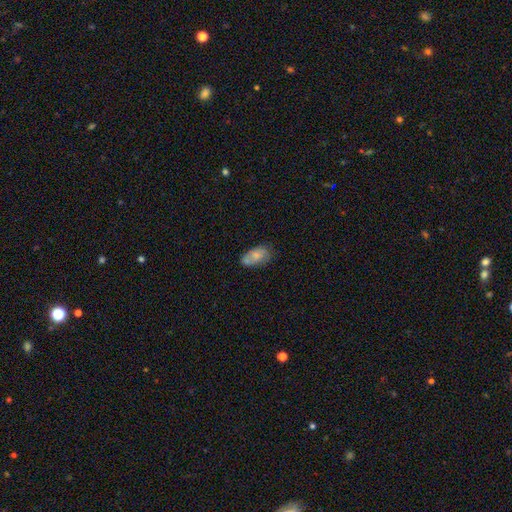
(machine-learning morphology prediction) Smooth or featured? smooth (68%)
How rounded? in between (92%)
Merging? none (53%)